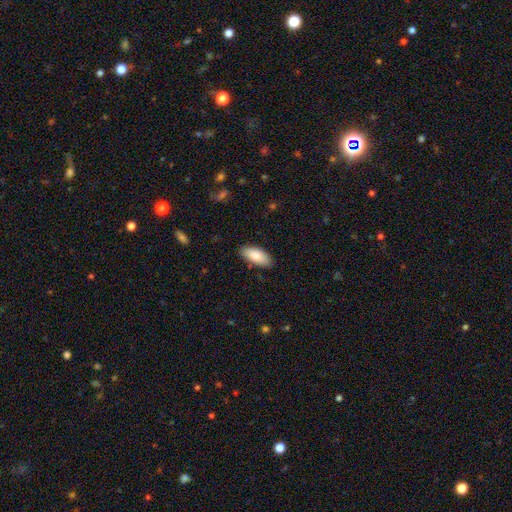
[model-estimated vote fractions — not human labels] Q: Smooth or featured?
A: smooth (84%); runner-up: featured or disk (10%)
Q: How rounded?
A: in between (88%); runner-up: cigar-shaped (10%)
Q: Merging?
A: none (85%); runner-up: minor disturbance (12%)